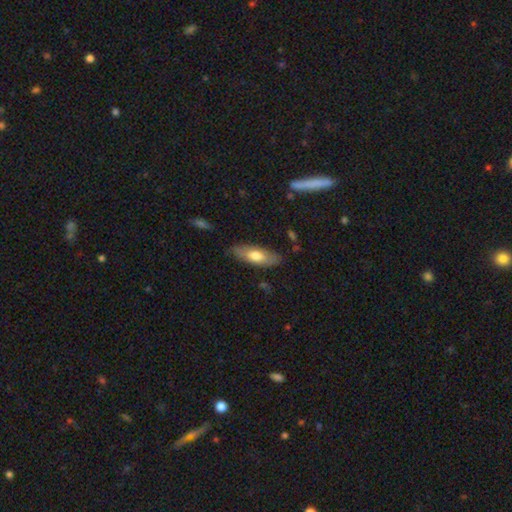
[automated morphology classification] A smooth galaxy with no disk features (65%) that is in between round and cigar-shaped (65%). Merging: none (81%).